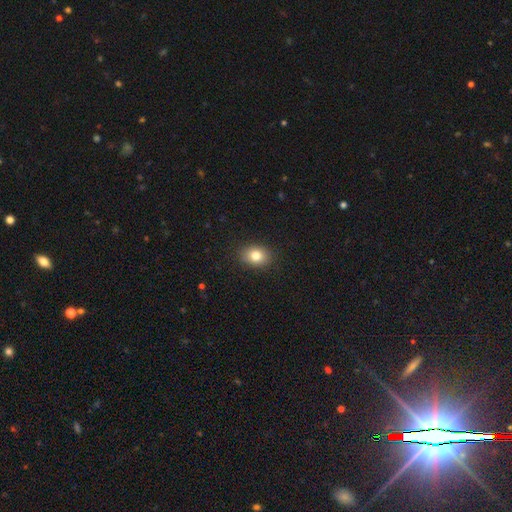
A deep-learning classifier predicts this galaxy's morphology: smooth_or_featured: smooth (p=0.81) [alt: star or artifact p=0.10]
how_rounded: in between (p=0.63) [alt: round p=0.36]
merging: none (p=0.89) [alt: minor disturbance p=0.08]